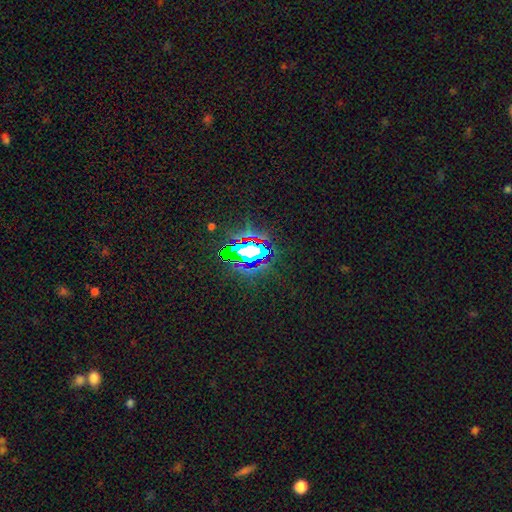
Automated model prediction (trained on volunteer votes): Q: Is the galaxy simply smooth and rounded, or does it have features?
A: star or artifact — 73%.